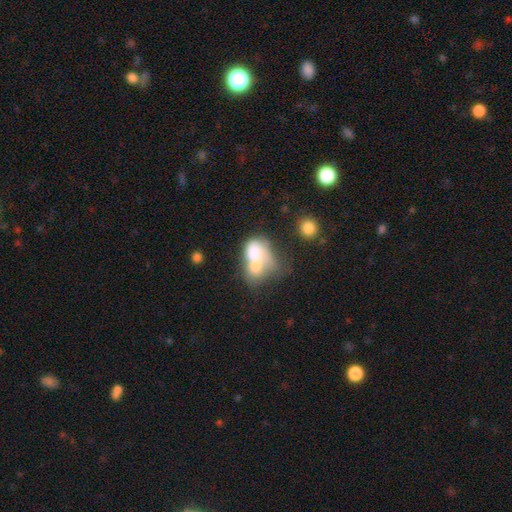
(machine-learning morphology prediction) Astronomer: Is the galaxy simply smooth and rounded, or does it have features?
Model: smooth — 62%.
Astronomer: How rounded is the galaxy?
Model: in between — 78%.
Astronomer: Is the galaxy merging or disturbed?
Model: merger — 68%.